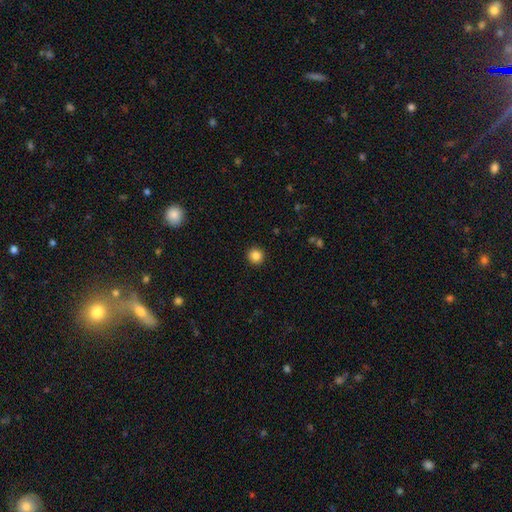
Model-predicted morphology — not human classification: Q: Smooth or featured?
A: smooth (85%); runner-up: star or artifact (11%)
Q: How rounded?
A: round (95%); runner-up: in between (4%)
Q: Merging?
A: none (93%); runner-up: minor disturbance (4%)